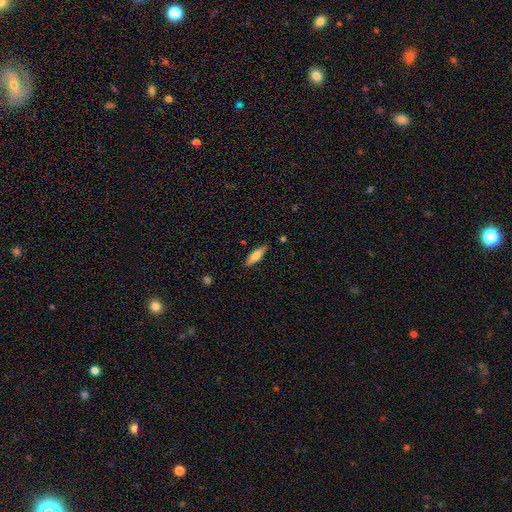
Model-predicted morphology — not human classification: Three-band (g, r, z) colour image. It shows a smooth galaxy with no disk features (71%) that is cigar-shaped (52%). Merging: none (84%).